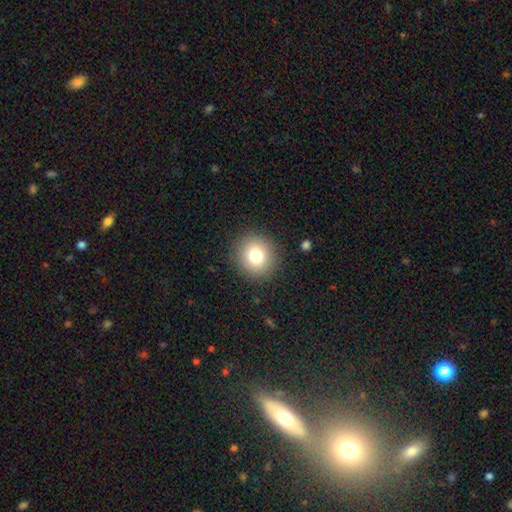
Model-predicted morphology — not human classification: smooth-or-featured: smooth: 79% | star or artifact: 11% | featured or disk: 10%
  how-rounded: round: 90% | in between: 9% | cigar-shaped: 1%
  merging: none: 90% | minor disturbance: 6% | major disturbance: 2% | merger: 1%